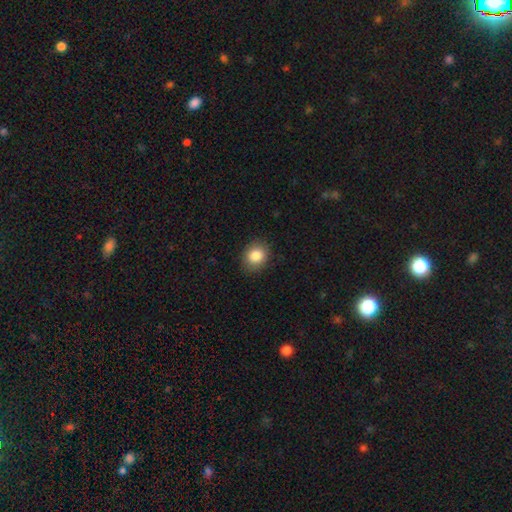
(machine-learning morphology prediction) The model was most divided on "how rounded": round: 64%, in between: 35%, cigar-shaped: 1%. More confident: merging — none (88%); smooth or featured — smooth (85%).